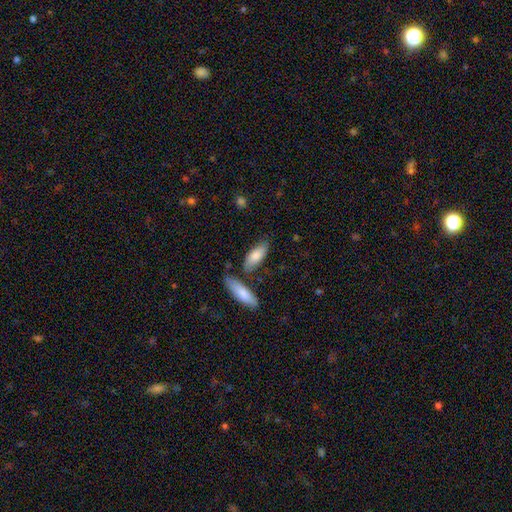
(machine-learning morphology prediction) A smooth galaxy with no disk features (77%) that is in between round and cigar-shaped (72%). Merging: none (65%).